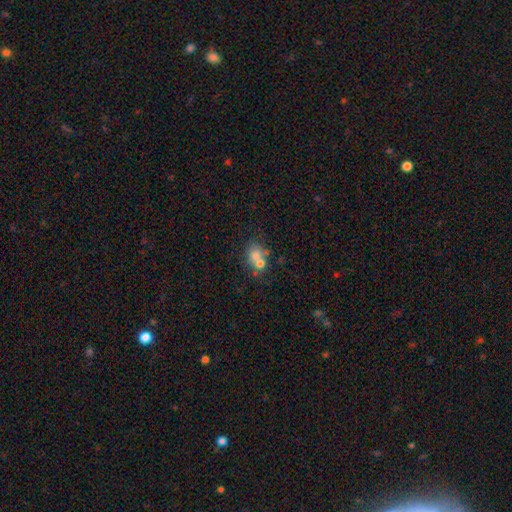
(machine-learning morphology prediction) The model was most divided on "merging": merger: 46%, none: 39%, minor disturbance: 10%, major disturbance: 5%. More confident: smooth or featured — smooth (69%); how rounded — round (62%).